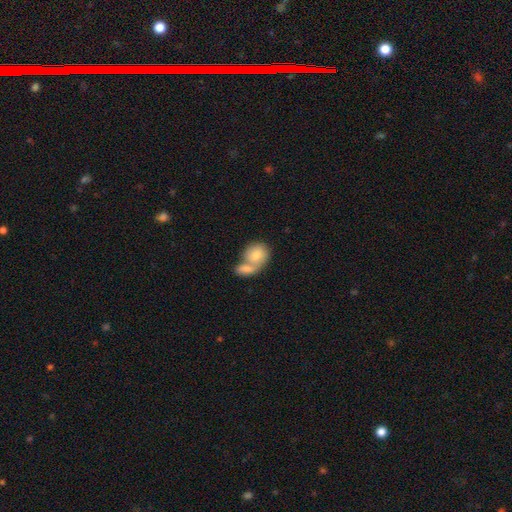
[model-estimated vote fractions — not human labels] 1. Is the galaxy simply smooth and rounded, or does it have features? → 74% smooth, 19% featured or disk, 6% star or artifact.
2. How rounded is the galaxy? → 58% round, 40% in between, 2% cigar-shaped.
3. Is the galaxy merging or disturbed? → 64% merger, 24% none, 8% minor disturbance, 4% major disturbance.